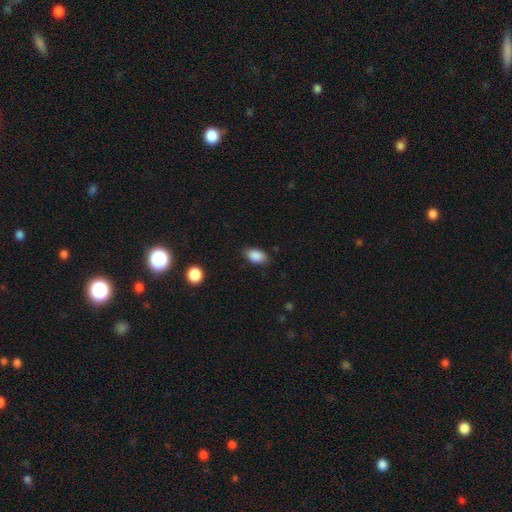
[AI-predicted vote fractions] A smooth galaxy with no disk features (88%) that is in between round and cigar-shaped (90%).

Vote fractions:
- Smooth or featured? smooth: 88% / star or artifact: 8% / featured or disk: 4%
- How rounded? in between: 90% / round: 8% / cigar-shaped: 2%
- Merging? none: 83% / minor disturbance: 13% / major disturbance: 3% / merger: 1%